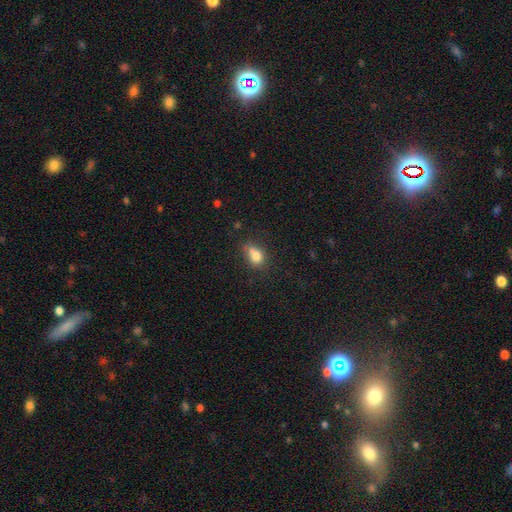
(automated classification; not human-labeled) smooth_or_featured: smooth (p=0.79) [alt: star or artifact p=0.11]
how_rounded: in between (p=0.62) [alt: round p=0.36]
merging: none (p=0.48) [alt: minor disturbance p=0.25]